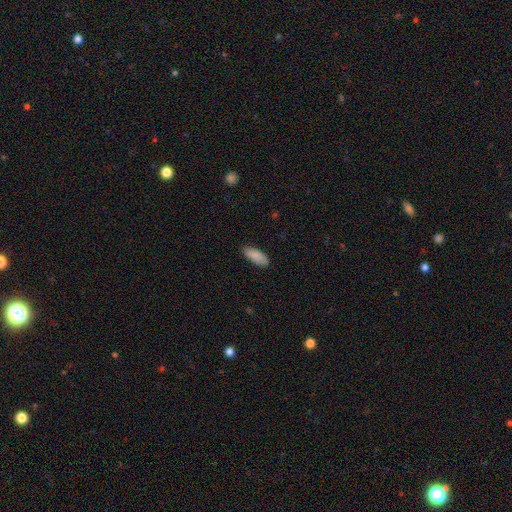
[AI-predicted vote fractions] A smooth galaxy with no disk features (86%) that is in between round and cigar-shaped (76%).

Vote fractions:
- Smooth or featured? smooth: 86% / featured or disk: 8% / star or artifact: 6%
- How rounded? in between: 76% / cigar-shaped: 22% / round: 2%
- Merging? none: 83% / minor disturbance: 13% / major disturbance: 2% / merger: 1%